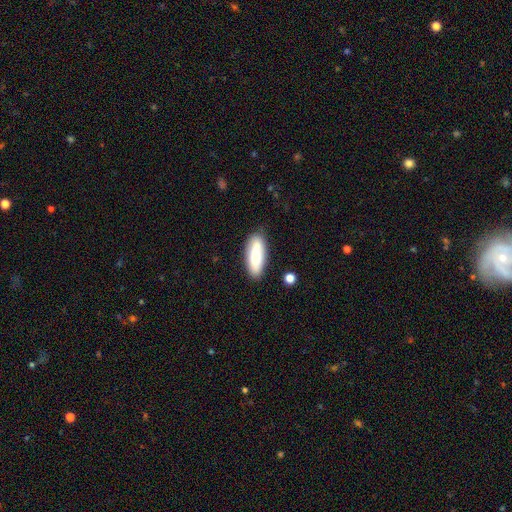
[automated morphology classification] A smooth galaxy with no disk features (79%) that is in between round and cigar-shaped (68%).

Vote fractions:
- Smooth or featured? smooth: 79% / featured or disk: 15% / star or artifact: 6%
- How rounded? in between: 68% / cigar-shaped: 30% / round: 2%
- Merging? none: 81% / minor disturbance: 13% / major disturbance: 3% / merger: 3%